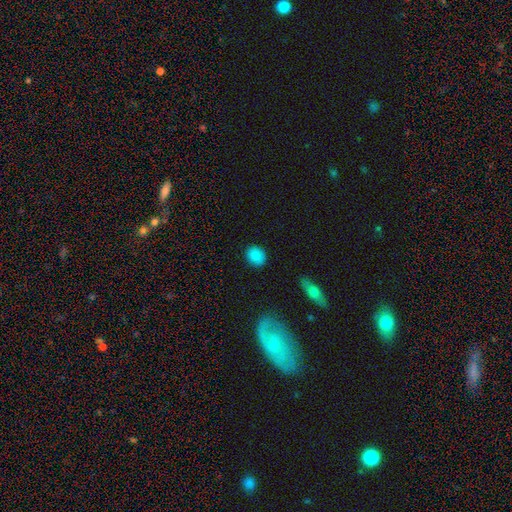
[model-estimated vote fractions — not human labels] A smooth galaxy with no disk features (87%) that is round (63%). Merging: none (87%).